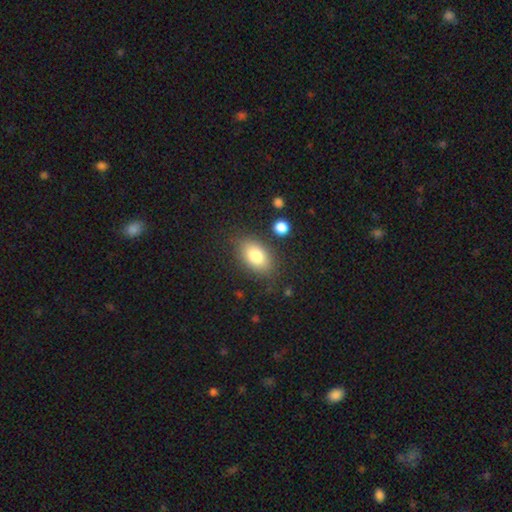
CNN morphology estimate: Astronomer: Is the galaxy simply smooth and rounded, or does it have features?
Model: smooth — 80%.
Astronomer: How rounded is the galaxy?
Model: in between — 87%.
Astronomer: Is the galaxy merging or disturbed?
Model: none — 81%.